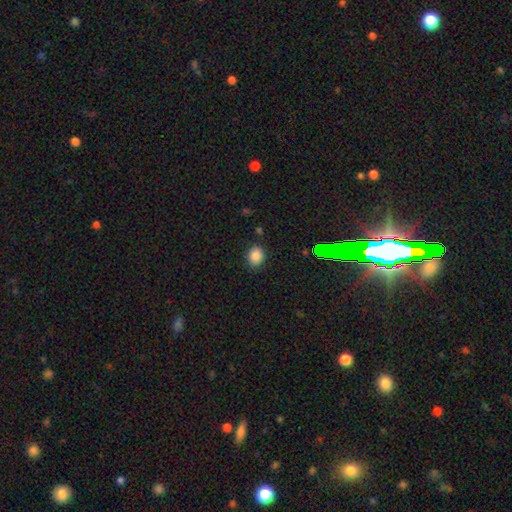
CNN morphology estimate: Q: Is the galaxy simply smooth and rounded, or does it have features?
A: smooth — 84%.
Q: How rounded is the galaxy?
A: round — 50%.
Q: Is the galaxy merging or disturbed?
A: none — 84%.